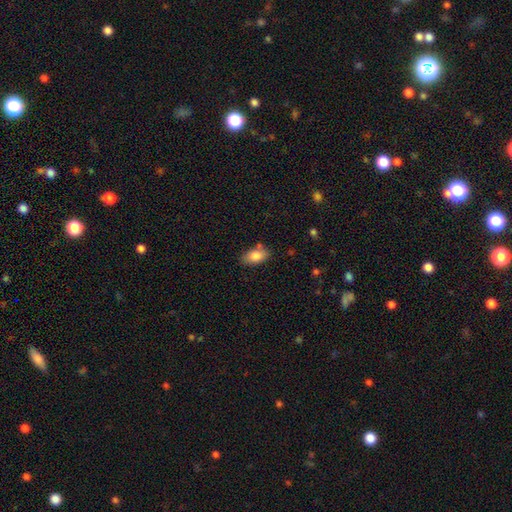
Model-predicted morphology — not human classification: smooth-or-featured: smooth: 84% | featured or disk: 8% | star or artifact: 7%
  how-rounded: in between: 92% | round: 5% | cigar-shaped: 3%
  merging: none: 75% | minor disturbance: 16% | merger: 5% | major disturbance: 3%